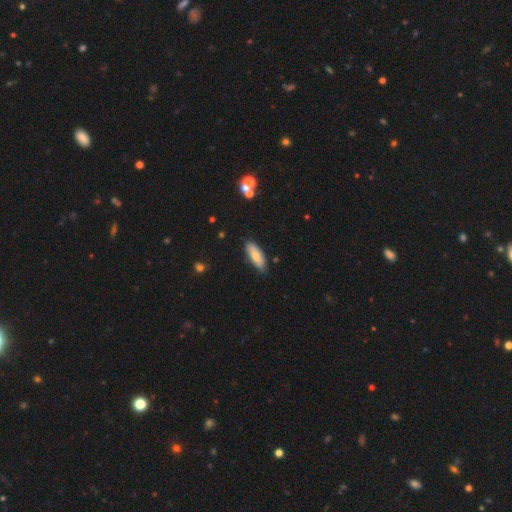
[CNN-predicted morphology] Smooth or featured: smooth — 77% (featured or disk — 16%)
How rounded: in between — 68% (cigar-shaped — 30%)
Merging: none — 78% (minor disturbance — 17%)